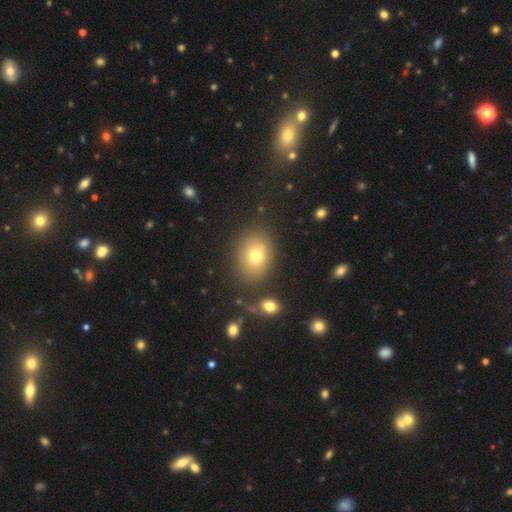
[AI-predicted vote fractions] Smooth or featured? smooth (73%)
How rounded? in between (57%)
Merging? none (82%)